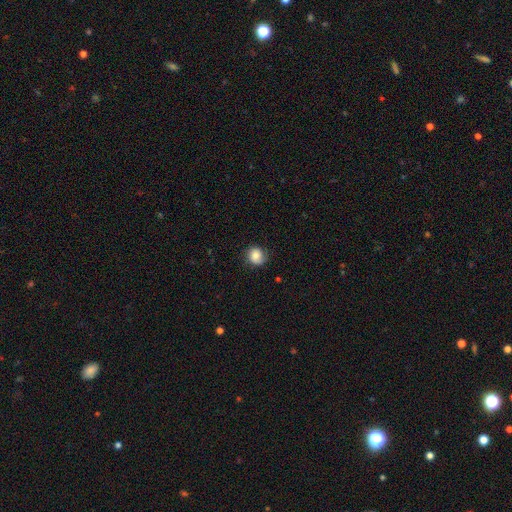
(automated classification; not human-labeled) Smooth or featured? Predicted: smooth (p=0.75). How rounded? Predicted: round (p=0.82). Merging? Predicted: none (p=0.74).